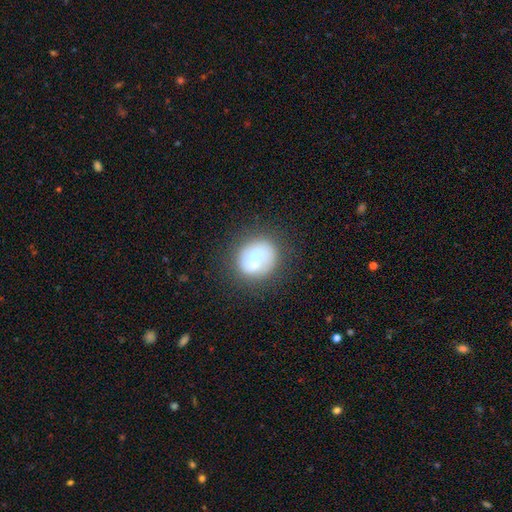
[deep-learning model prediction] Smooth or featured: featured or disk — 47% (smooth — 44%)
Merging: none — 55% (minor disturbance — 19%)